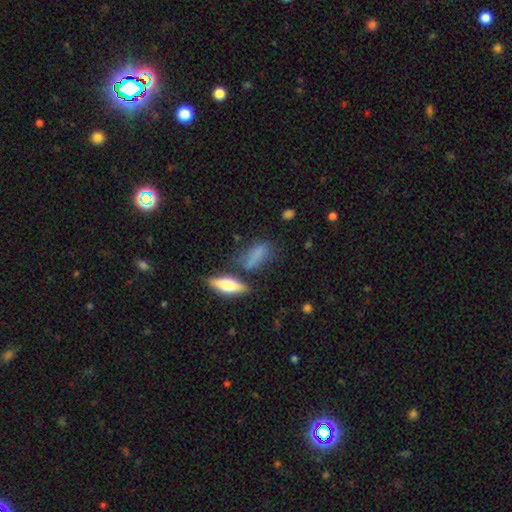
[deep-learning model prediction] This is likely a smooth galaxy (72%). How rounded: likely in between (63%). Merging: possibly none (52%).